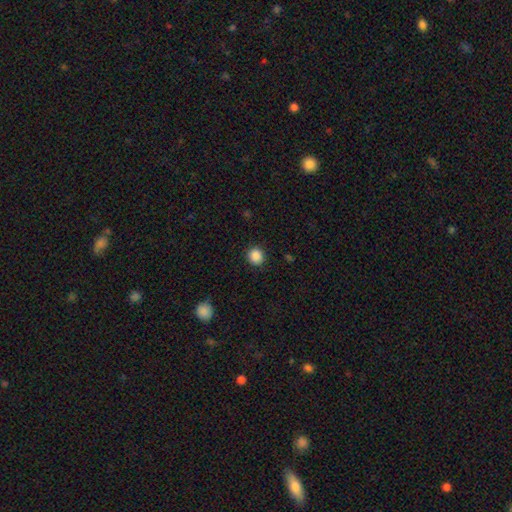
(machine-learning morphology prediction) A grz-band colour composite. It shows a smooth galaxy with no disk features (87%) that is round (88%). Merging: none (90%).